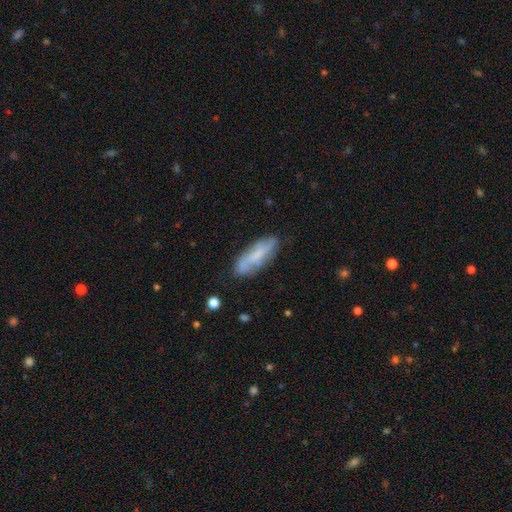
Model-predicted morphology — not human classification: Smooth or featured?
  - smooth: 47% *
  - featured or disk: 46%
  - star or artifact: 8%
Merging?
  - none: 73% *
  - minor disturbance: 19%
  - major disturbance: 5%
  - merger: 3%